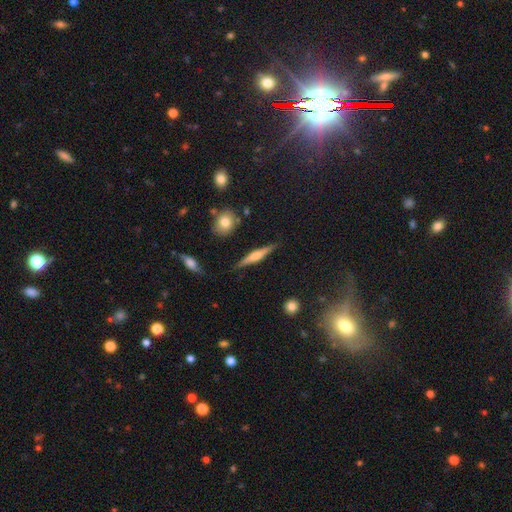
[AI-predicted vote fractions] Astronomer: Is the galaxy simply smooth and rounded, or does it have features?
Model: featured or disk — 57% (runner-up: smooth, 37%).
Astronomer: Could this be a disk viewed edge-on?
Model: yes — 96%.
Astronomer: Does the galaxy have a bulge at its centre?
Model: rounded — 71%.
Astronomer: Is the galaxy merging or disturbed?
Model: none — 86%.